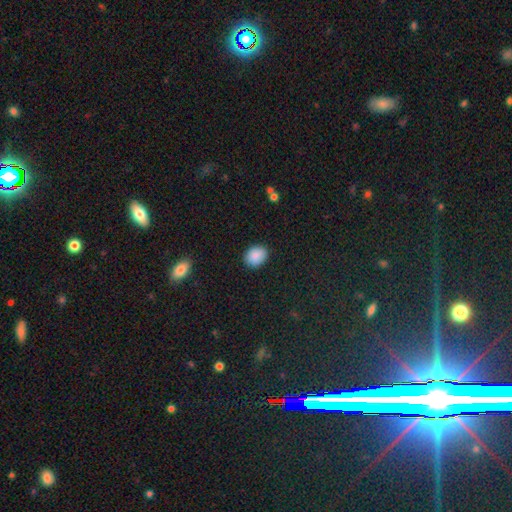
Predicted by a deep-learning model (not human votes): Smooth or featured? Predicted: smooth (p=0.88). How rounded? Predicted: in between (p=0.57). Merging? Predicted: none (p=0.88).